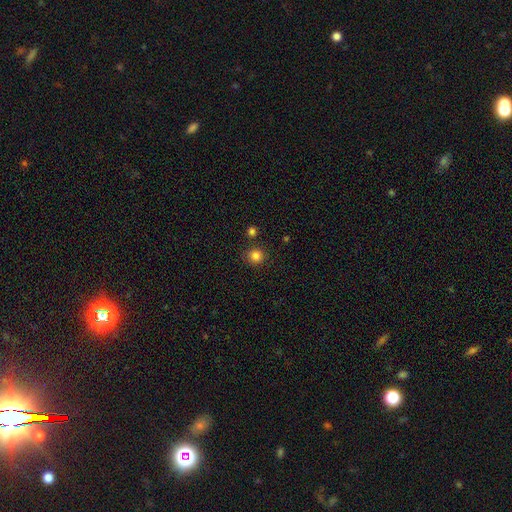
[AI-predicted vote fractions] Morphology: type=smooth (83%); roundness=round (93%); merging=none (86%).